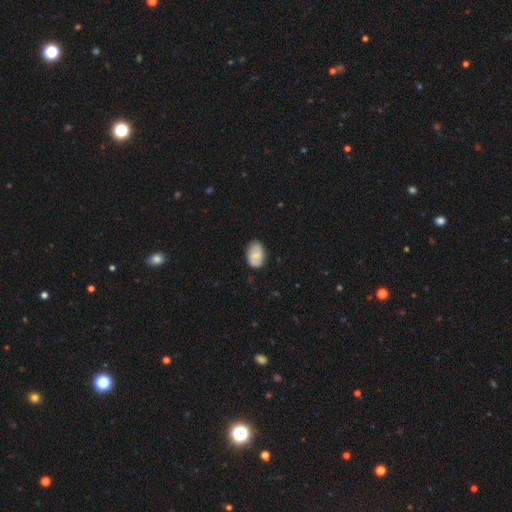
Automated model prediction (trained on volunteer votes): smooth-or-featured: smooth: 67% | featured or disk: 26% | star or artifact: 7%
  how-rounded: in between: 86% | round: 12% | cigar-shaped: 1%
  merging: none: 77% | minor disturbance: 19% | major disturbance: 4% | merger: 1%